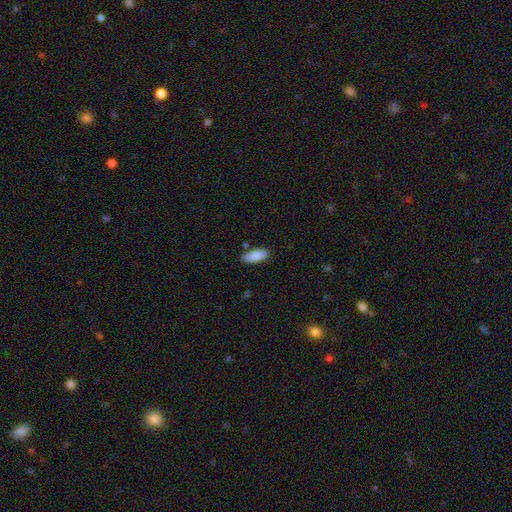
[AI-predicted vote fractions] Q: Smooth or featured?
A: smooth (88%); runner-up: star or artifact (6%)
Q: How rounded?
A: in between (82%); runner-up: cigar-shaped (16%)
Q: Merging?
A: none (83%); runner-up: minor disturbance (12%)